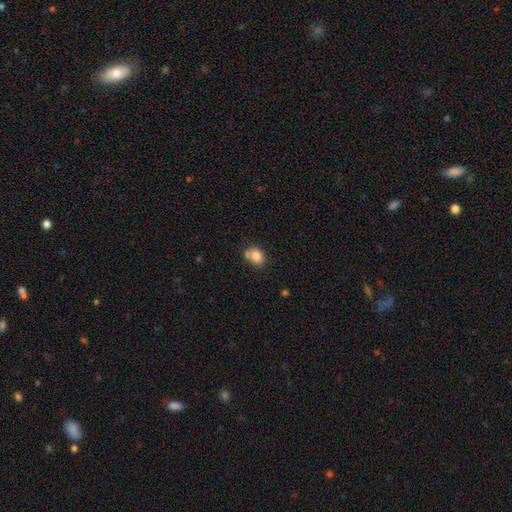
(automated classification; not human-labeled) A smooth galaxy with no disk features (82%) that is in between round and cigar-shaped (59%).

Vote fractions:
- Smooth or featured? smooth: 82% / star or artifact: 9% / featured or disk: 9%
- How rounded? in between: 59% / round: 40% / cigar-shaped: 1%
- Merging? none: 53% / minor disturbance: 22% / merger: 19% / major disturbance: 6%